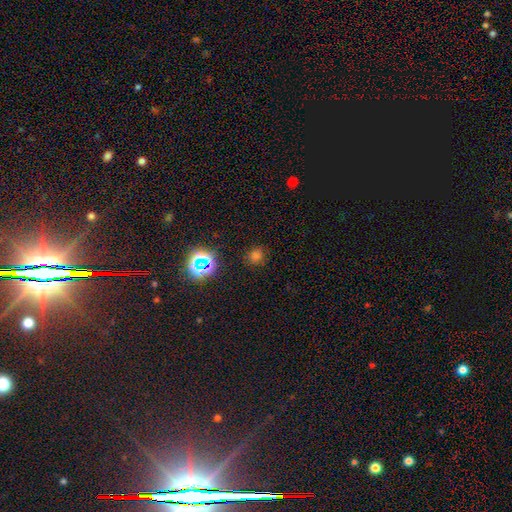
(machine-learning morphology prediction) Overall: smooth (66%; star or artifact 28%). How rounded: round (78%). Merging: none (82%).